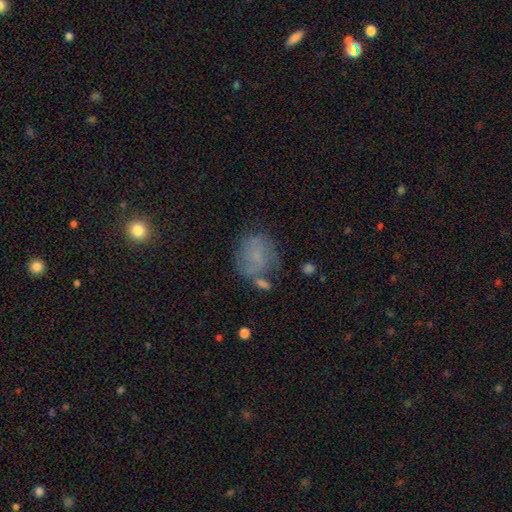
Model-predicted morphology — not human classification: A smooth galaxy with no disk features (49%). Merging: none (52%).